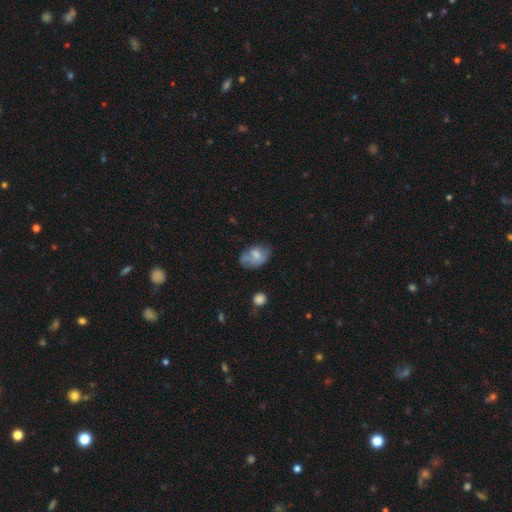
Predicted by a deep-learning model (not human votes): smooth 65%, featured or disk 26%, star or artifact 9%. Down the decision tree: how rounded — in between (84%); merging — none (48%).